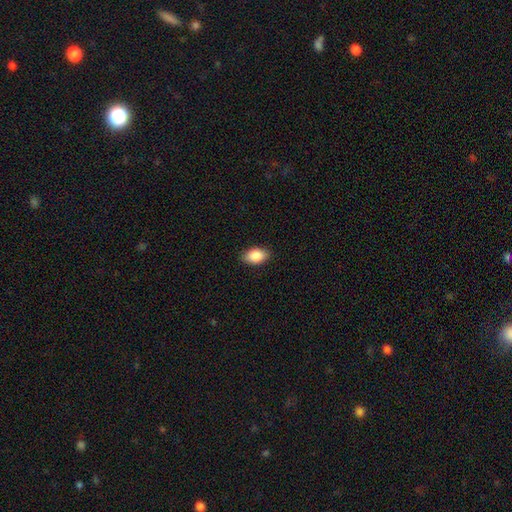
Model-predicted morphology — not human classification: smooth 88%, star or artifact 7%, featured or disk 5%. Down the decision tree: how rounded — in between (91%); merging — none (88%).